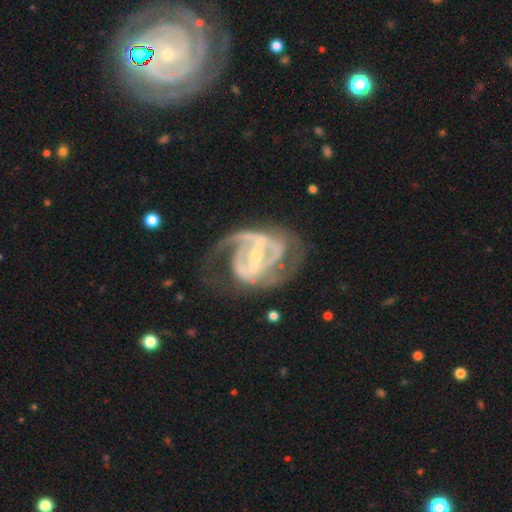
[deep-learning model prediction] Overall: featured or disk (90%). Edge-on disk: no (96%). Bar: strong (71%). Spiral arms: yes (91%). Spiral arm count: 2 (61%). Spiral winding: medium (47%; tight 32%). Bulge size: small (65%; moderate 31%). Merging: none (50%; major disturbance 28%).